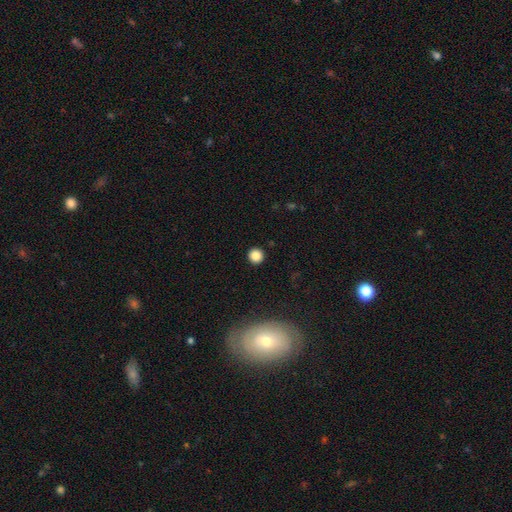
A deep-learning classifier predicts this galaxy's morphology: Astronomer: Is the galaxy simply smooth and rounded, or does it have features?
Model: smooth — 85%.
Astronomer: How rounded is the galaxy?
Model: round — 95%.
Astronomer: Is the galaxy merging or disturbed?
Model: none — 93%.